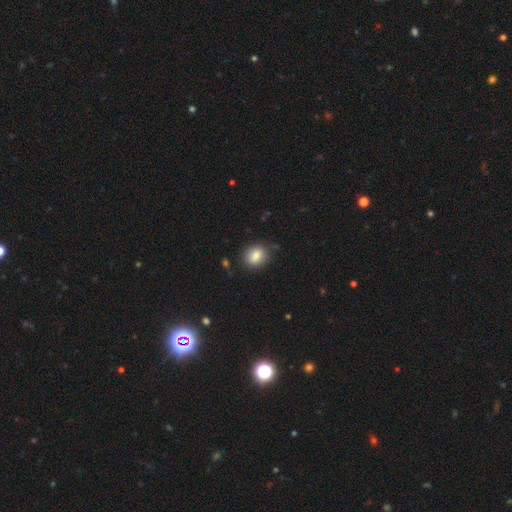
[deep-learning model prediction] Smooth or featured? Predicted: smooth (p=0.84). How rounded? Predicted: in between (p=0.56). Merging? Predicted: none (p=0.79).